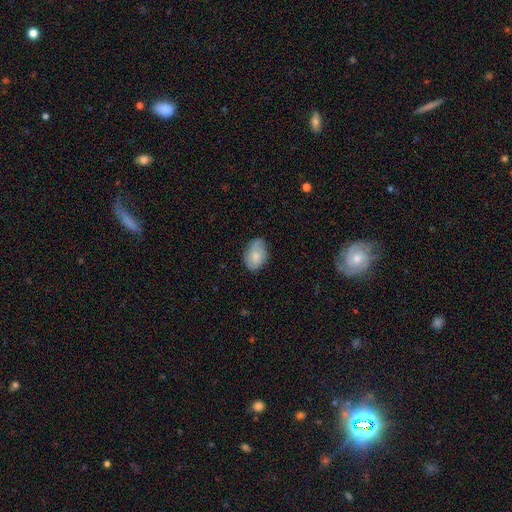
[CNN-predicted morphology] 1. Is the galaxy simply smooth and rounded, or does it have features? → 72% smooth, 21% featured or disk, 7% star or artifact.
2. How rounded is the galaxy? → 84% in between, 15% round, 1% cigar-shaped.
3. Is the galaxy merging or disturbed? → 56% none, 33% minor disturbance, 9% major disturbance, 2% merger.